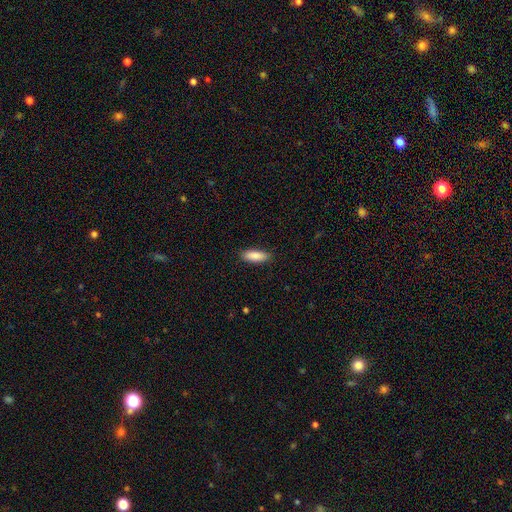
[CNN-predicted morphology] Smooth or featured: smooth — 88% (featured or disk — 6%)
How rounded: in between — 67% (cigar-shaped — 31%)
Merging: none — 88% (minor disturbance — 9%)